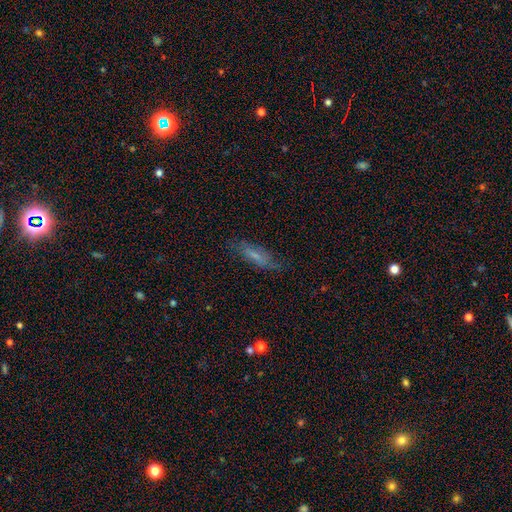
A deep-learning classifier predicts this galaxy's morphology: A smooth galaxy with no disk features (49%).

Vote fractions:
- Smooth or featured? smooth: 49% / featured or disk: 40% / star or artifact: 11%
- Merging? none: 67% / minor disturbance: 22% / major disturbance: 9% / merger: 2%